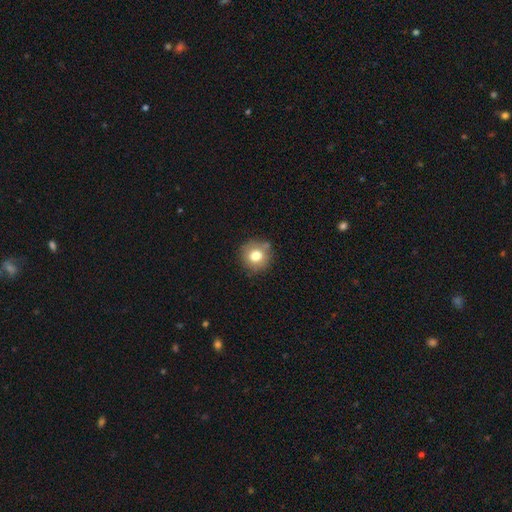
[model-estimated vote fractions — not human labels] smooth-or-featured: smooth: 77% | featured or disk: 13% | star or artifact: 10%
  how-rounded: round: 91% | in between: 8% | cigar-shaped: 1%
  merging: none: 78% | minor disturbance: 14% | merger: 4% | major disturbance: 3%